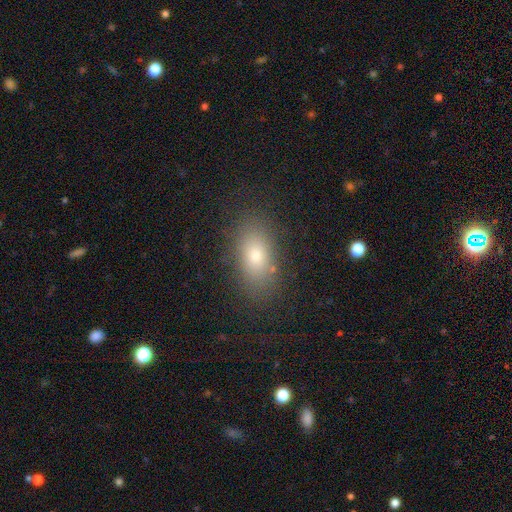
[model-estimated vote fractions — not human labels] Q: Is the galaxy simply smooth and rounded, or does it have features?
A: smooth — 75%.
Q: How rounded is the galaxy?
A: in between — 85%.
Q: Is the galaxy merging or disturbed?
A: none — 82%.